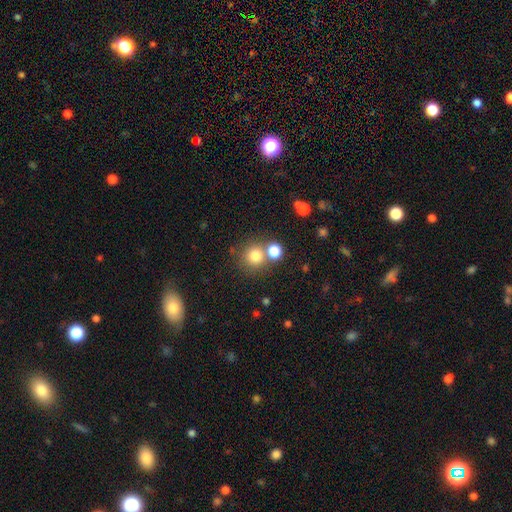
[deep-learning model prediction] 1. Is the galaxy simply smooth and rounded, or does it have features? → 78% smooth, 13% star or artifact, 9% featured or disk.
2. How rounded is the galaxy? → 91% round, 8% in between, 1% cigar-shaped.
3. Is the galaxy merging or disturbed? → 61% none, 27% merger, 8% minor disturbance, 4% major disturbance.